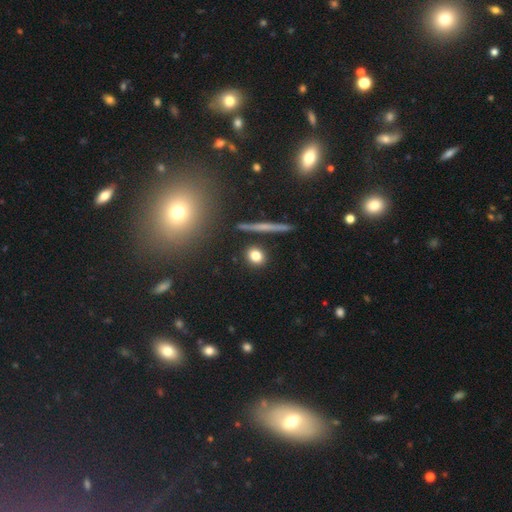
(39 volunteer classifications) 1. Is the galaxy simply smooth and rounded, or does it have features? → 79% smooth, 10% featured or disk, 10% star or artifact.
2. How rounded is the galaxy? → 65% round, 26% in between, 10% cigar-shaped.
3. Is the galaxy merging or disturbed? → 86% none, 9% merger, 6% minor disturbance, 0% major disturbance.